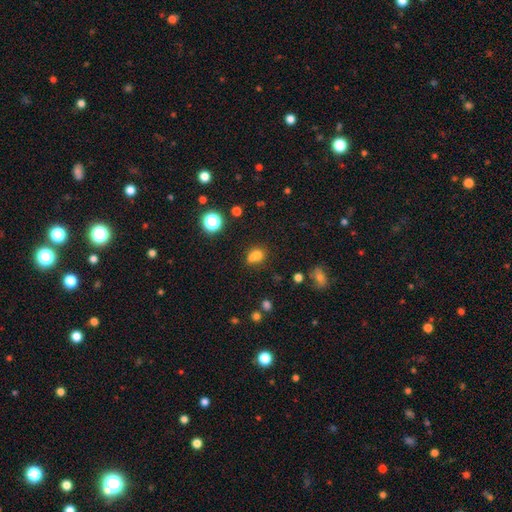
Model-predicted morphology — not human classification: Smooth or featured?
  - smooth: 71% *
  - star or artifact: 17%
  - featured or disk: 13%
How rounded?
  - round: 57% *
  - in between: 42%
  - cigar-shaped: 2%
Merging?
  - merger: 47% *
  - none: 36%
  - minor disturbance: 11%
  - major disturbance: 5%